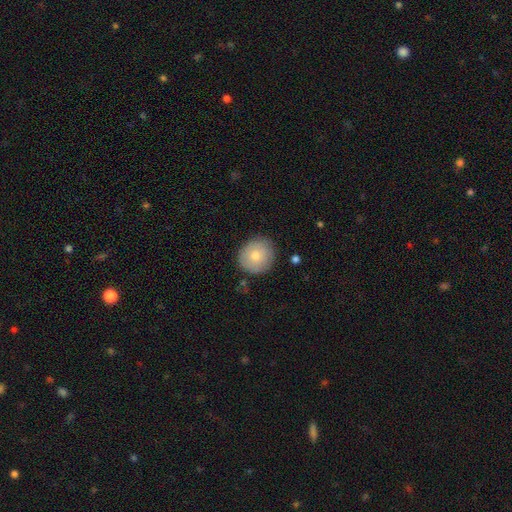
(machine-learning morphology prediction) A smooth galaxy with no disk features (74%) that is round (89%). Merging: none (85%).